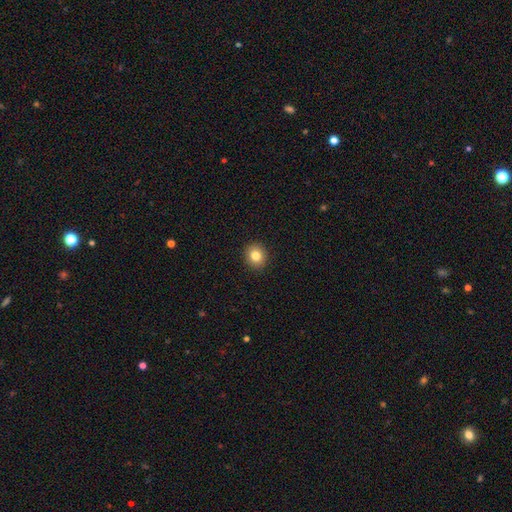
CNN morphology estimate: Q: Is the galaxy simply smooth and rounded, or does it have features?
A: smooth — 82%.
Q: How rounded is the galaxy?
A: round — 83%.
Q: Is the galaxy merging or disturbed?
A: none — 92%.